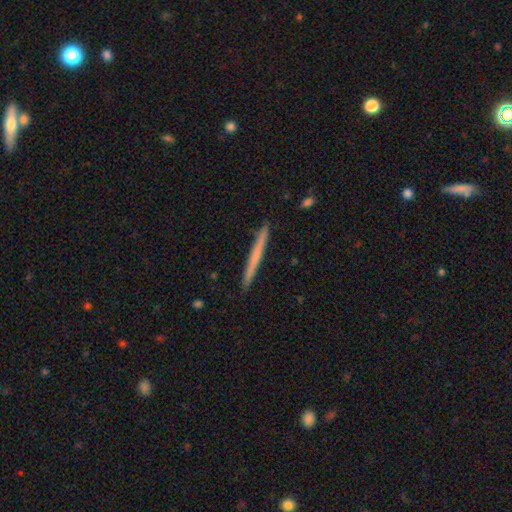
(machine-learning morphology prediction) smooth 55%, featured or disk 39%, star or artifact 5%. Down the decision tree: how rounded — cigar-shaped (97%); merging — none (93%).